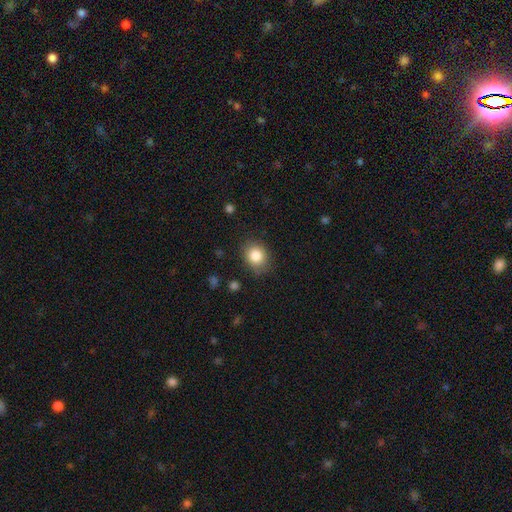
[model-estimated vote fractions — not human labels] smooth_or_featured: smooth (p=0.84) [alt: star or artifact p=0.09]
how_rounded: round (p=0.62) [alt: in between p=0.37]
merging: none (p=0.82) [alt: minor disturbance p=0.13]